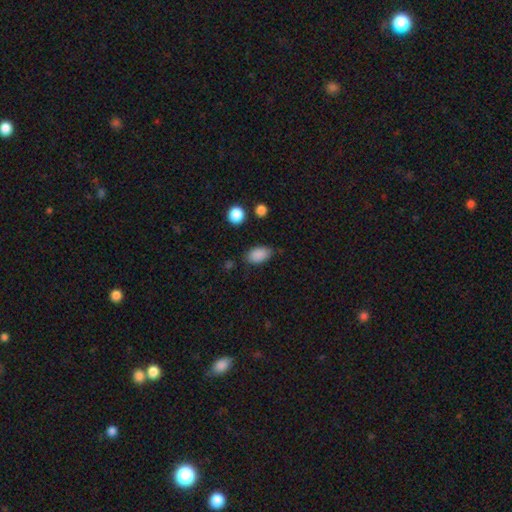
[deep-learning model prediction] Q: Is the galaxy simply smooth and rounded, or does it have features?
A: smooth — 87%.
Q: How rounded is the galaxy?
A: in between — 91%.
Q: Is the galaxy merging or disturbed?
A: none — 77%.